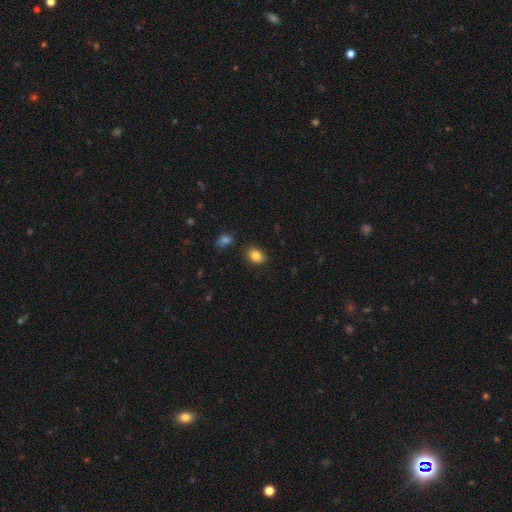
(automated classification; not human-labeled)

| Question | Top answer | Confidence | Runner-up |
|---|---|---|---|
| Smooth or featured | smooth | 85% | star or artifact (9%) |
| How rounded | in between | 70% | round (29%) |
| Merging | none | 83% | minor disturbance (11%) |